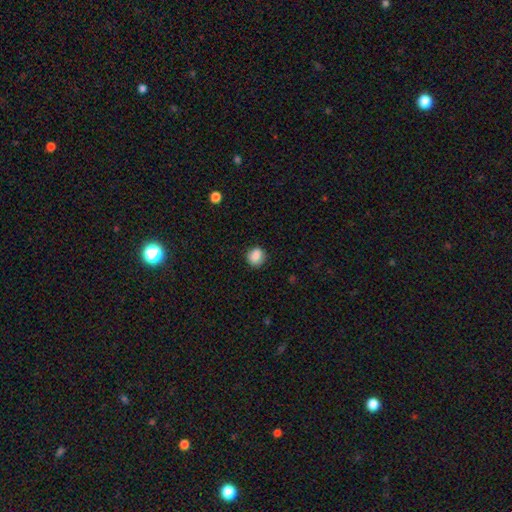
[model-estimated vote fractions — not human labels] Smooth or featured? Predicted: smooth (p=0.87). How rounded? Predicted: round (p=0.81). Merging? Predicted: none (p=0.82).